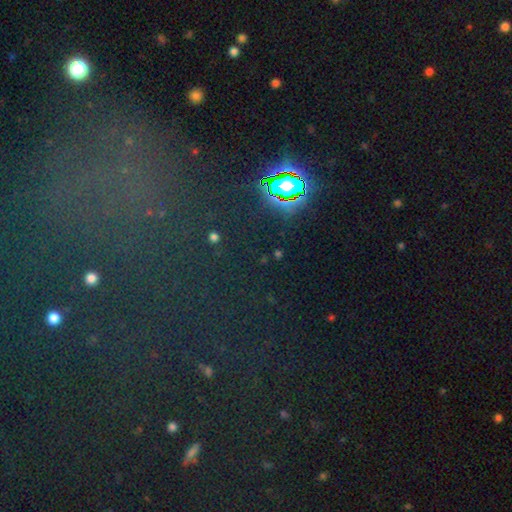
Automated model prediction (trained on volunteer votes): This appears to be a star or artifact, not a galaxy (77%).